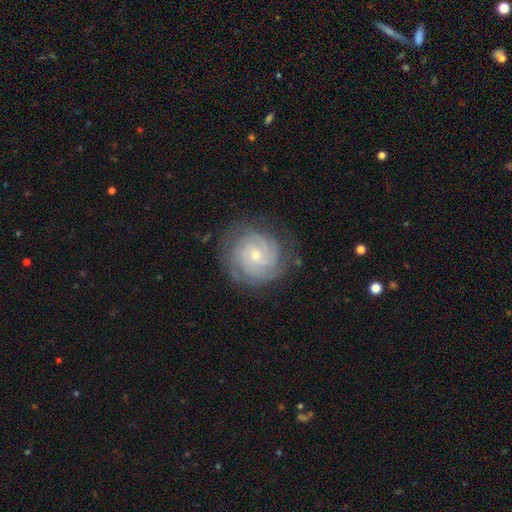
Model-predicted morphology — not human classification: This appears to be a featured or disk galaxy (86%) with no bar (67%), can't tell (27%, tied with 3) tight (78%) spiral arms (97%) and a small central bulge (63%). Merging: none (79%).